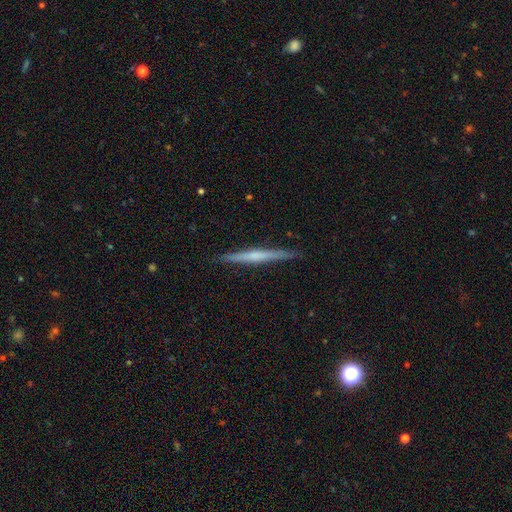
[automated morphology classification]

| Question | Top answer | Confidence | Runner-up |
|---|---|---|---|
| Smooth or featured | featured or disk | 64% | smooth (31%) |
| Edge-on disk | yes | 98% | no (2%) |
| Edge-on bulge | rounded | 46% | none (42%) |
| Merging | none | 90% | minor disturbance (7%) |